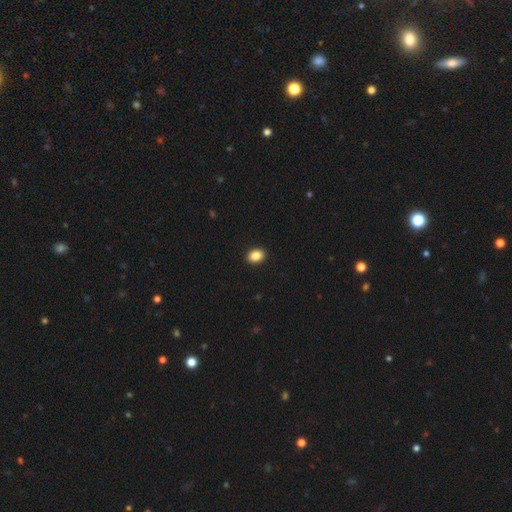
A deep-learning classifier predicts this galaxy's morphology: smooth-or-featured: smooth: 87% | star or artifact: 9% | featured or disk: 4%
  how-rounded: in between: 68% | round: 31% | cigar-shaped: 1%
  merging: none: 92% | minor disturbance: 6% | major disturbance: 2% | merger: 1%